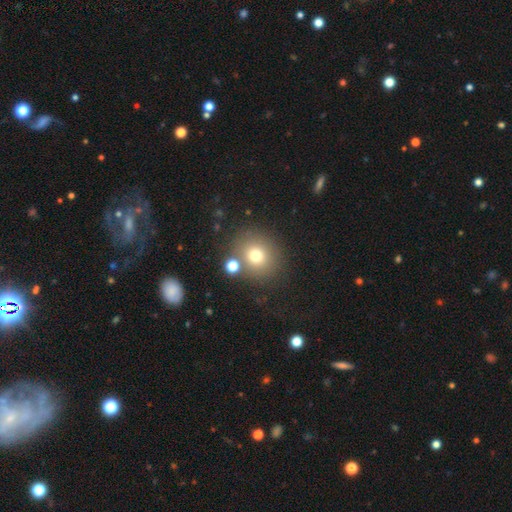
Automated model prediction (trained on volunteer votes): A smooth galaxy with no disk features (73%) that is round (81%).

Vote fractions:
- Smooth or featured? smooth: 73% / star or artifact: 15% / featured or disk: 12%
- How rounded? round: 81% / in between: 18% / cigar-shaped: 1%
- Merging? none: 76% / merger: 10% / minor disturbance: 9% / major disturbance: 4%